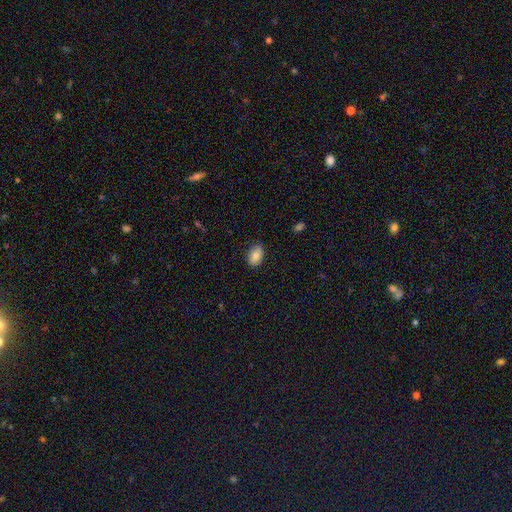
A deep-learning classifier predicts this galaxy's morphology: type=smooth (80%); roundness=in between (89%); merging=none (83%).